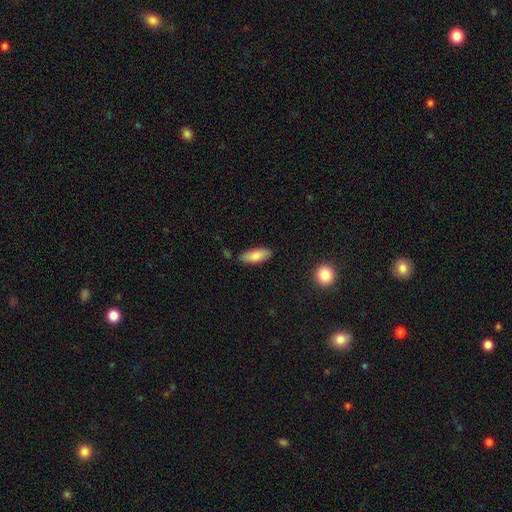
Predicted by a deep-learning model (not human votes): This is clearly a smooth galaxy (83%). How rounded: likely in between (77%). Merging: clearly none (83%).